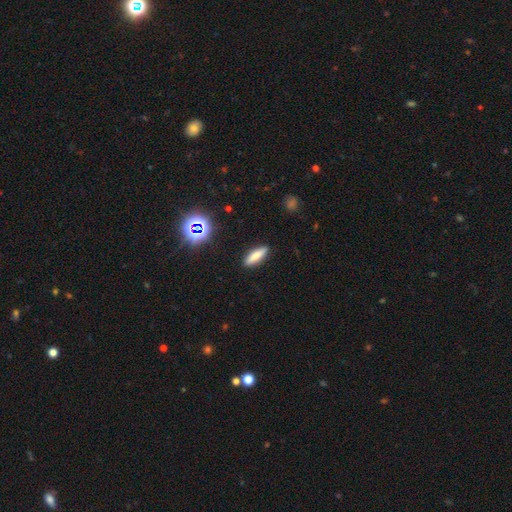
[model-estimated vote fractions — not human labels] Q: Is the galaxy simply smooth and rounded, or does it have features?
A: smooth — 74%.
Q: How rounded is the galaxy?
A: cigar-shaped — 54%.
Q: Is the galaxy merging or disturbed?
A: none — 88%.